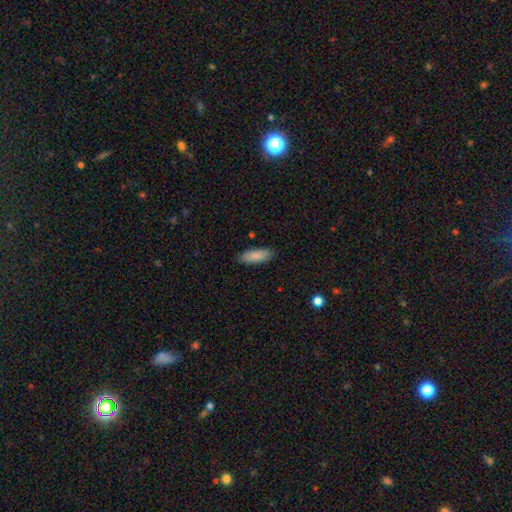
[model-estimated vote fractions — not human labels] smooth-or-featured: smooth: 88% | star or artifact: 6% | featured or disk: 6%
  how-rounded: in between: 70% | cigar-shaped: 28% | round: 2%
  merging: none: 87% | minor disturbance: 10% | major disturbance: 2% | merger: 1%